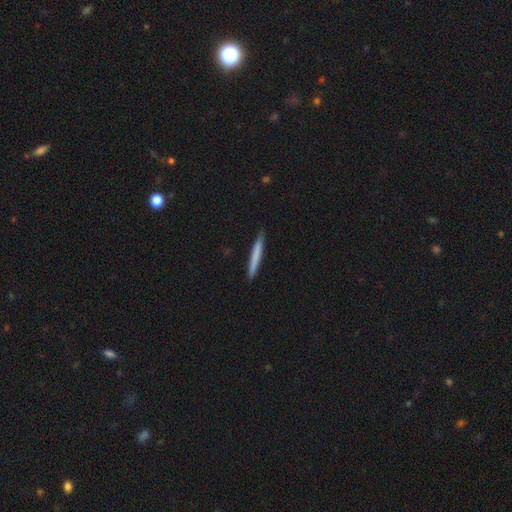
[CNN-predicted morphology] Q: Smooth or featured?
A: smooth (70%); runner-up: featured or disk (25%)
Q: How rounded?
A: cigar-shaped (97%); runner-up: in between (2%)
Q: Merging?
A: none (89%); runner-up: minor disturbance (8%)